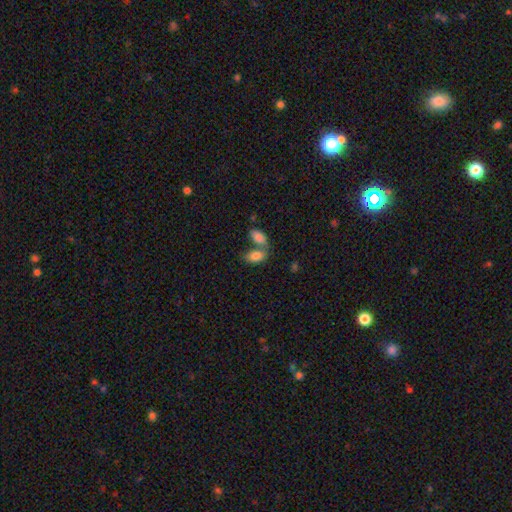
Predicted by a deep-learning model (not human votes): Smooth or featured? smooth (84%)
How rounded? in between (93%)
Merging? merger (55%)